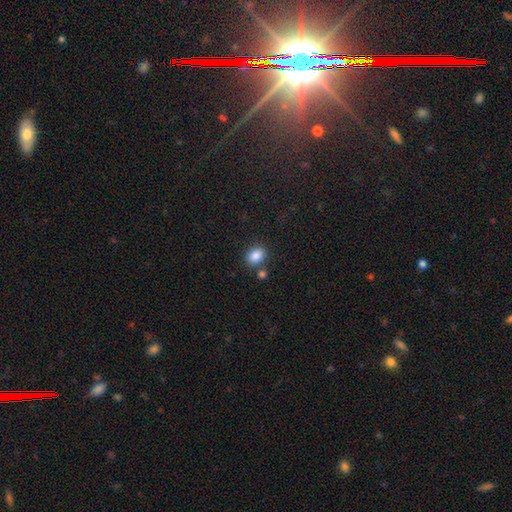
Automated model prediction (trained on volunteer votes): The model was most divided on "how rounded": in between: 64%, round: 35%, cigar-shaped: 1%. More confident: smooth or featured — smooth (86%); merging — none (74%).